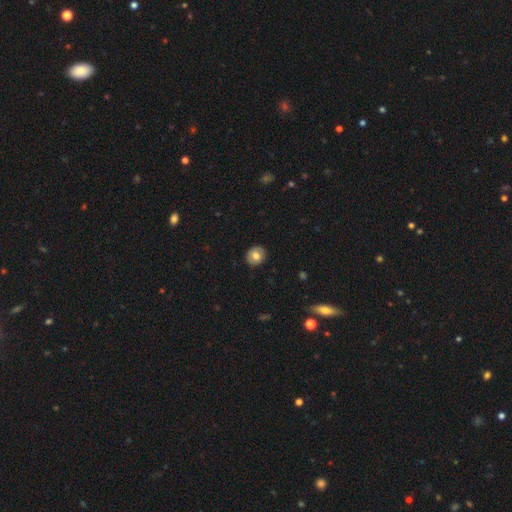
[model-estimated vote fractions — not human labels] This appears to be a smooth galaxy with no disk features (71%) that is round (78%). Merging: none (88%).